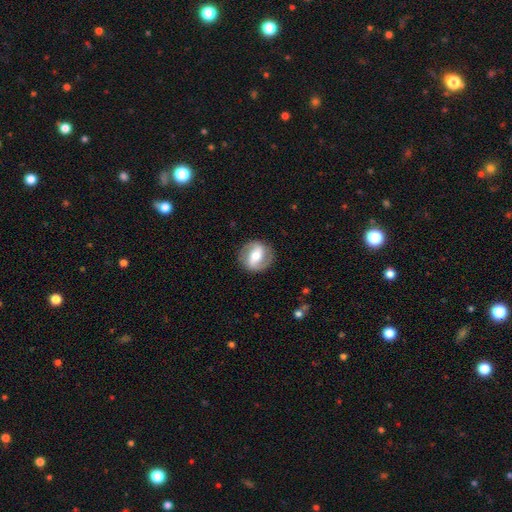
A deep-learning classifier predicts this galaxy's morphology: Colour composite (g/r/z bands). It shows a featured or disk galaxy (70%) with a strong bar (54%), 2 (88%) medium (43%) spiral arms (77%) and a moderate central bulge (64%). Merging: none (86%).